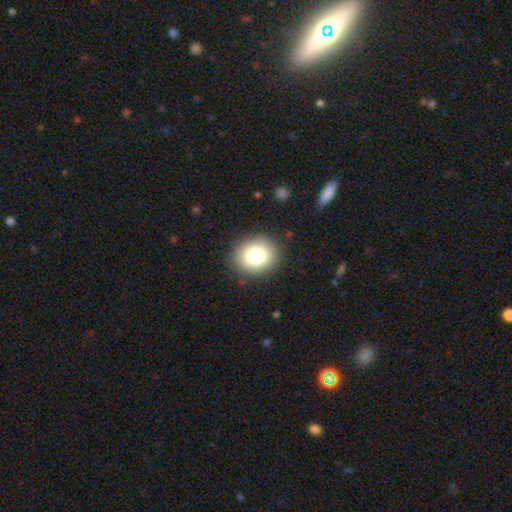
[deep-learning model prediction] Overall: smooth (80%). How rounded: round (65%; in between 34%). Merging: none (88%).